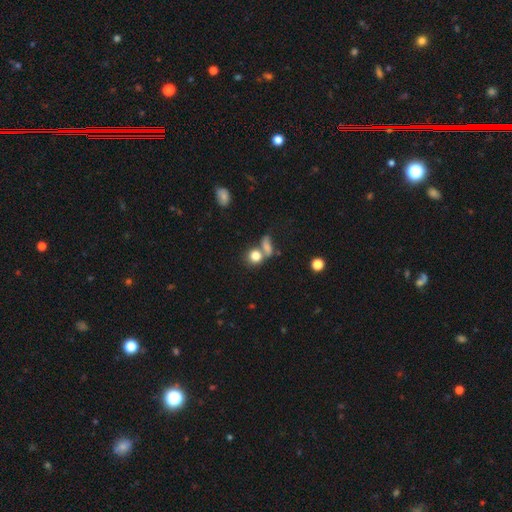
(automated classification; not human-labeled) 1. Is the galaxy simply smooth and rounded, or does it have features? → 78% smooth, 12% star or artifact, 10% featured or disk.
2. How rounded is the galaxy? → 73% round, 24% in between, 3% cigar-shaped.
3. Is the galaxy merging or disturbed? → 44% none, 39% merger, 10% minor disturbance, 7% major disturbance.